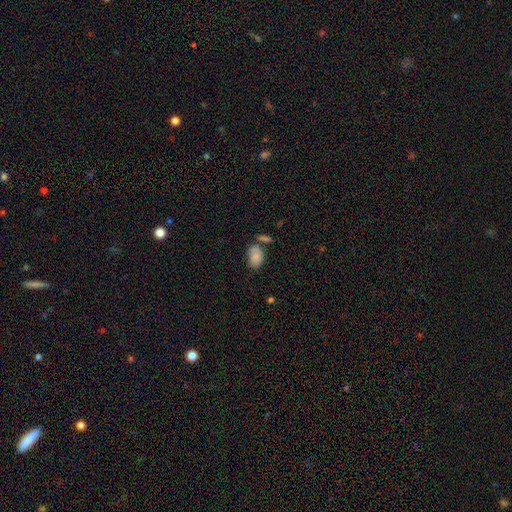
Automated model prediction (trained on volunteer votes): Overall: smooth (81%). How rounded: in between (88%). Merging: none (52%; minor disturbance 23%).